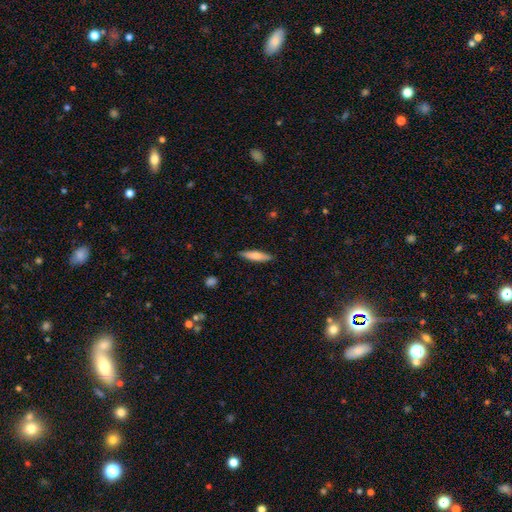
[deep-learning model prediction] A smooth galaxy with no disk features (67%) that is cigar-shaped (77%).

Vote fractions:
- Smooth or featured? smooth: 67% / featured or disk: 27% / star or artifact: 6%
- How rounded? cigar-shaped: 77% / in between: 22% / round: 2%
- Merging? none: 88% / minor disturbance: 9% / major disturbance: 2% / merger: 1%